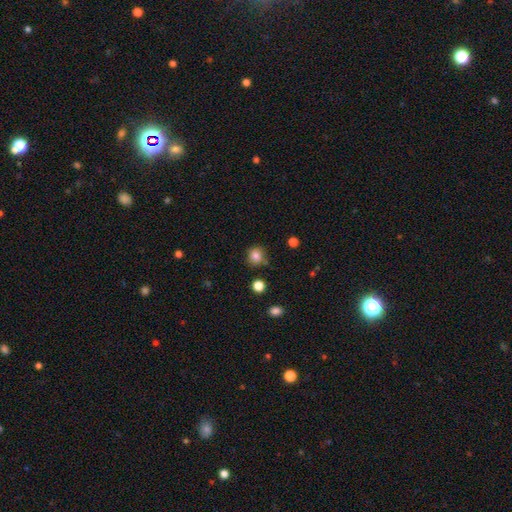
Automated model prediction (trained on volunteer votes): smooth_or_featured: smooth (p=0.82) [alt: star or artifact p=0.12]
how_rounded: round (p=0.88) [alt: in between p=0.11]
merging: none (p=0.79) [alt: minor disturbance p=0.14]